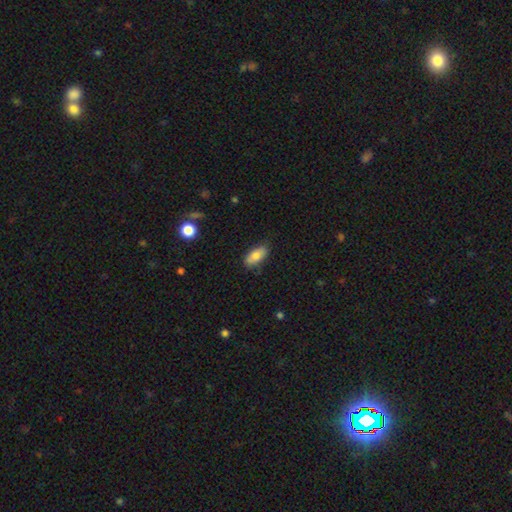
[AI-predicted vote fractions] This is likely a smooth galaxy (80%). How rounded: clearly in between (86%). Merging: clearly none (81%).